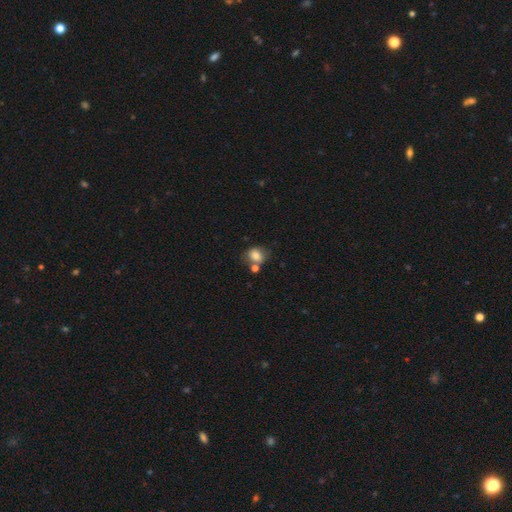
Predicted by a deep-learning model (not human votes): A smooth galaxy with no disk features (79%) that is round (58%). Merging: none (54%).